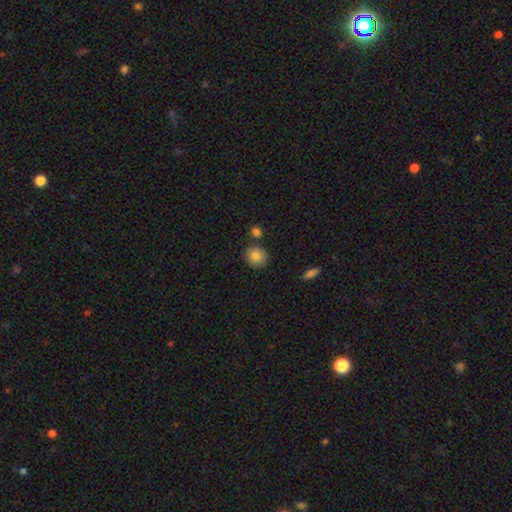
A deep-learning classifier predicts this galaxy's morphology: smooth_or_featured: smooth (p=0.85) [alt: star or artifact p=0.09]
how_rounded: round (p=0.84) [alt: in between p=0.15]
merging: none (p=0.80) [alt: minor disturbance p=0.10]